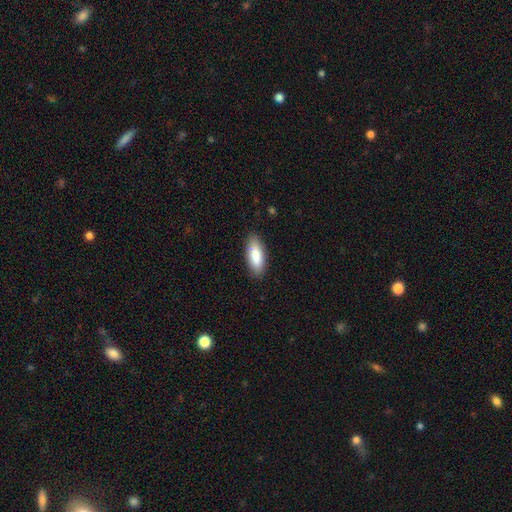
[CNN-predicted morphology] Overall: smooth (85%). How rounded: in between (76%). Merging: none (86%).